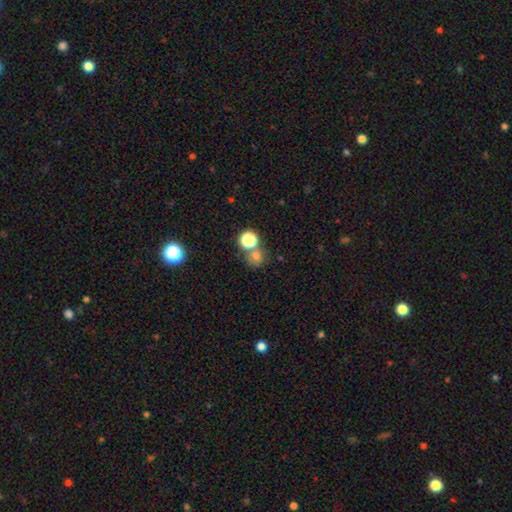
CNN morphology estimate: Smooth or featured: smooth — 70% (star or artifact — 21%)
How rounded: round — 80% (in between — 19%)
Merging: none — 54% (merger — 31%)